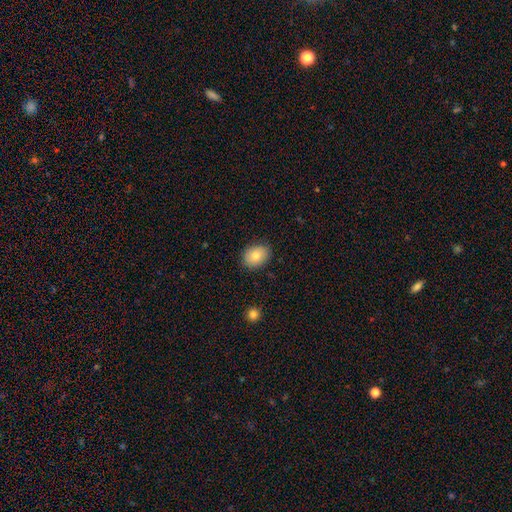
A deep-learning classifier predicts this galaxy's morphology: smooth-or-featured: smooth: 83% | featured or disk: 10% | star or artifact: 8%
  how-rounded: in between: 65% | round: 34% | cigar-shaped: 1%
  merging: none: 85% | minor disturbance: 11% | major disturbance: 2% | merger: 1%